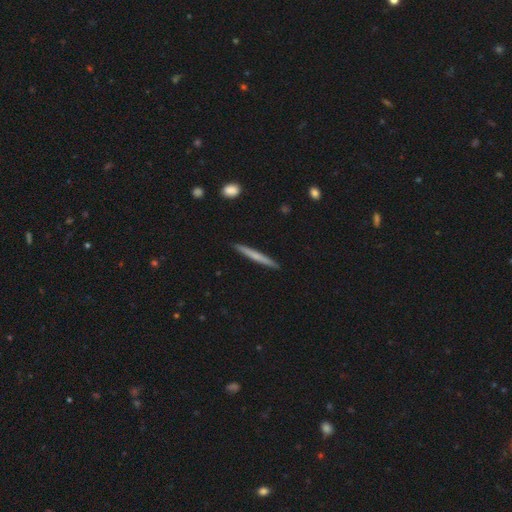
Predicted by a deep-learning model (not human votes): smooth_or_featured: smooth (p=0.56) [alt: featured or disk p=0.38]
how_rounded: cigar-shaped (p=0.96) [alt: in between p=0.02]
merging: none (p=0.92) [alt: minor disturbance p=0.06]